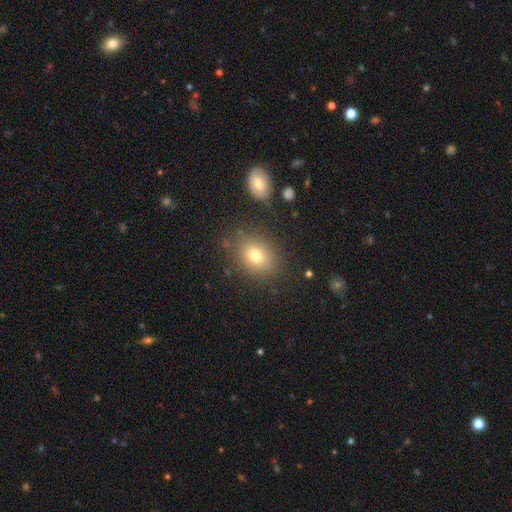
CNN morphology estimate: smooth_or_featured: smooth (p=0.75) [alt: star or artifact p=0.13]
how_rounded: in between (p=0.53) [alt: round p=0.46]
merging: none (p=0.80) [alt: minor disturbance p=0.12]